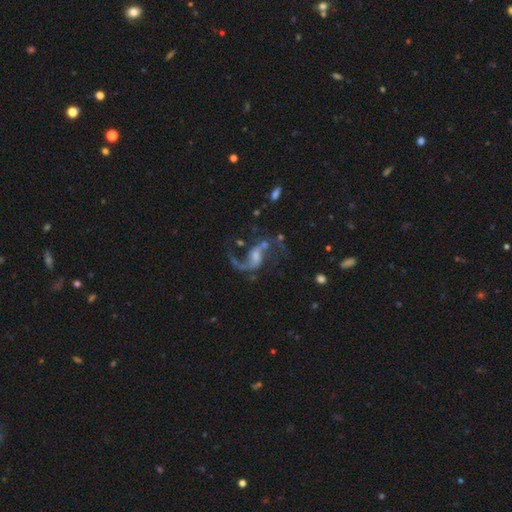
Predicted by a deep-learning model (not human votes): Overall: featured or disk (86%). Edge-on disk: no (97%). Bar: weak (46%; no 34%). Spiral arms: yes (95%). Spiral arm count: 2 (86%). Spiral winding: loose (78%). Bulge size: small (48%; moderate 32%). Merging: none (58%; major disturbance 20%).